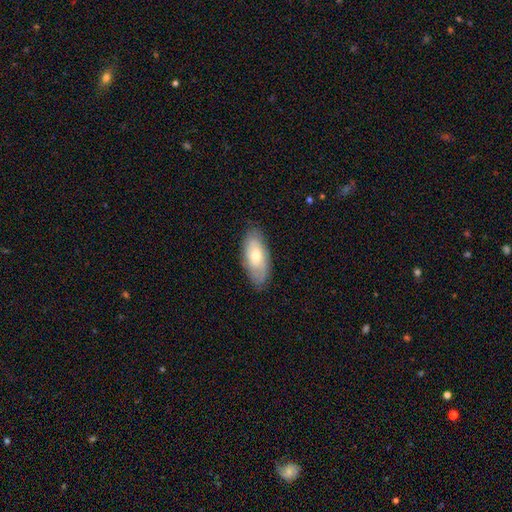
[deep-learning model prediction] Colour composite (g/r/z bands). It shows a smooth galaxy with no disk features (58%) that is in between round and cigar-shaped (86%). Merging: none (79%).